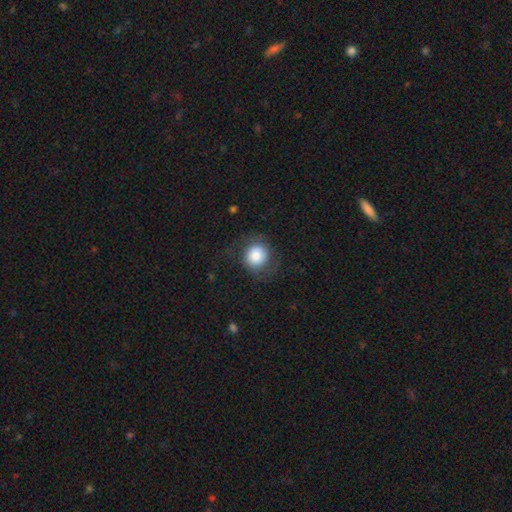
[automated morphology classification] smooth 78%, featured or disk 14%, star or artifact 8%. Down the decision tree: how rounded — round (85%); merging — none (69%).